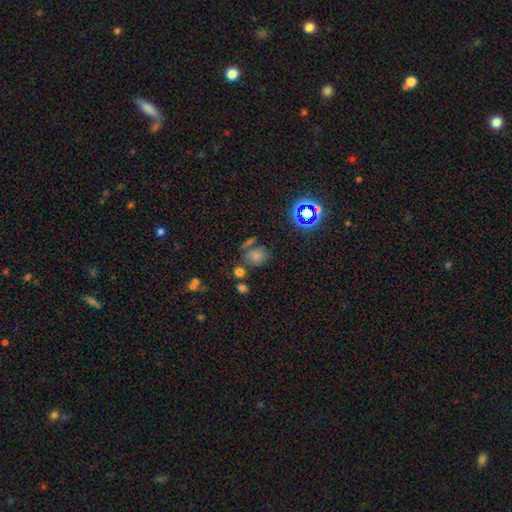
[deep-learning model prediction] smooth 69%, star or artifact 21%, featured or disk 9%. Down the decision tree: how rounded — round (69%); merging — none (59%).